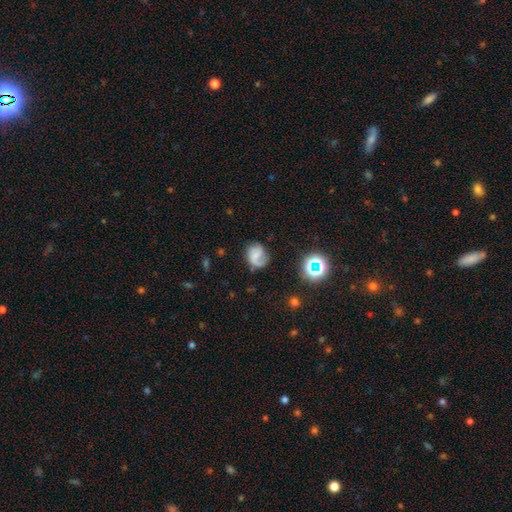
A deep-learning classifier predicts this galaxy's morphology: smooth_or_featured: featured or disk (p=0.51) [alt: smooth p=0.38]
disk_edge_on: no (p=0.98) [alt: yes p=0.02]
merging: none (p=0.59) [alt: minor disturbance p=0.24]